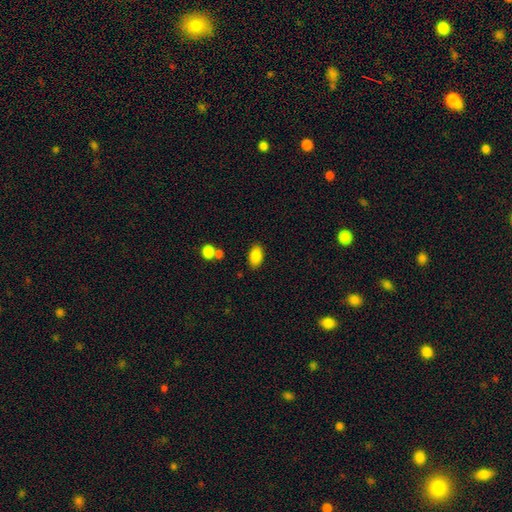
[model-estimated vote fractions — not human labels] smooth_or_featured: smooth (p=0.86) [alt: star or artifact p=0.08]
how_rounded: in between (p=0.90) [alt: round p=0.08]
merging: none (p=0.82) [alt: minor disturbance p=0.11]